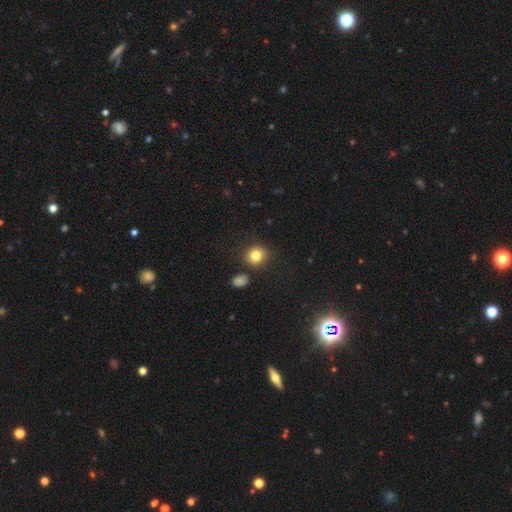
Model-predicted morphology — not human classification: Q: Smooth or featured?
A: smooth (82%); runner-up: star or artifact (11%)
Q: How rounded?
A: round (83%); runner-up: in between (16%)
Q: Merging?
A: none (83%); runner-up: minor disturbance (9%)